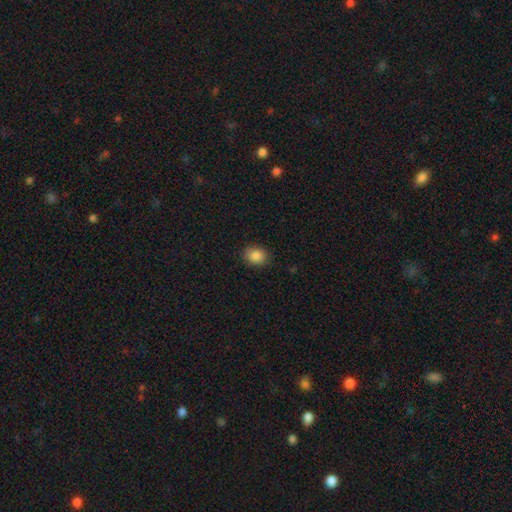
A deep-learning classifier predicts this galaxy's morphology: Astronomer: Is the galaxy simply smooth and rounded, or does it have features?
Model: smooth — 86%.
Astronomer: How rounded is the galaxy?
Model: in between — 54% (runner-up: round, 45%).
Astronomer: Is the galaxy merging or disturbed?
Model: none — 88%.